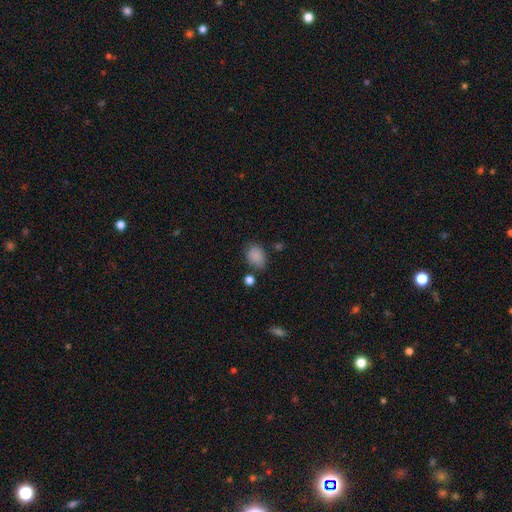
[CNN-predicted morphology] Overall: smooth (84%). How rounded: in between (56%; round 43%). Merging: none (67%).